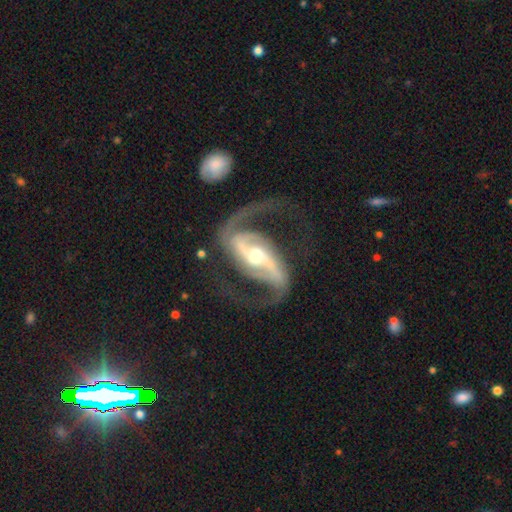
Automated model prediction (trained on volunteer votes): Q: Smooth or featured?
A: featured or disk (93%); runner-up: star or artifact (4%)
Q: Edge-on disk?
A: no (97%); runner-up: yes (3%)
Q: Bar?
A: strong (61%); runner-up: weak (28%)
Q: Spiral arms?
A: yes (98%); runner-up: no (2%)
Q: Spiral winding?
A: medium (49%); runner-up: loose (41%)
Q: Spiral arm count?
A: 2 (94%); runner-up: 1 (1%)
Q: Bulge size?
A: moderate (65%); runner-up: small (24%)
Q: Merging?
A: none (71%); runner-up: major disturbance (13%)